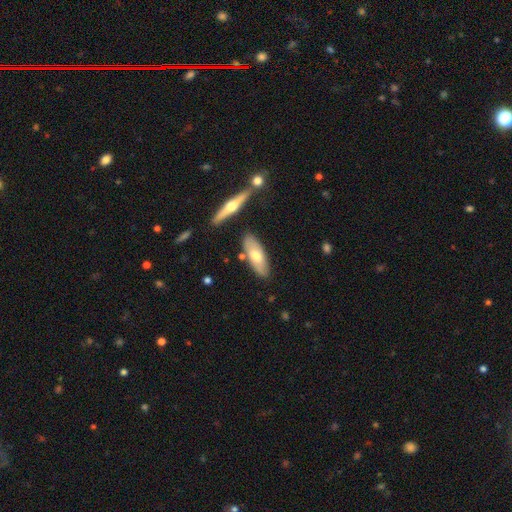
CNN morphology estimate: smooth-or-featured: smooth: 58% | featured or disk: 36% | star or artifact: 6%
  how-rounded: in between: 66% | cigar-shaped: 32% | round: 2%
  merging: none: 78% | minor disturbance: 13% | merger: 6% | major disturbance: 3%